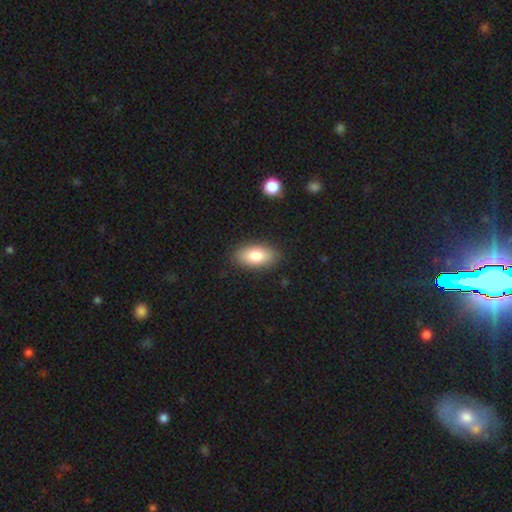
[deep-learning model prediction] smooth-or-featured: smooth: 80% | featured or disk: 13% | star or artifact: 7%
  how-rounded: in between: 91% | cigar-shaped: 5% | round: 4%
  merging: none: 87% | minor disturbance: 9% | major disturbance: 2% | merger: 1%